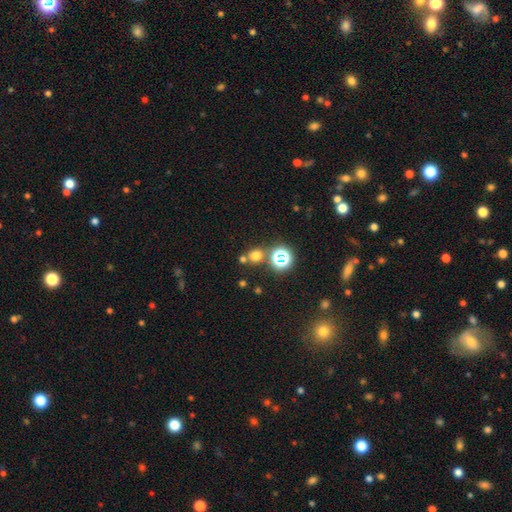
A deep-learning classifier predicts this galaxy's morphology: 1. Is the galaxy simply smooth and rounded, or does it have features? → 63% smooth, 30% star or artifact, 8% featured or disk.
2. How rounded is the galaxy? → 83% round, 16% in between, 1% cigar-shaped.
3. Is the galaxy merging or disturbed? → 70% none, 18% merger, 8% minor disturbance, 4% major disturbance.